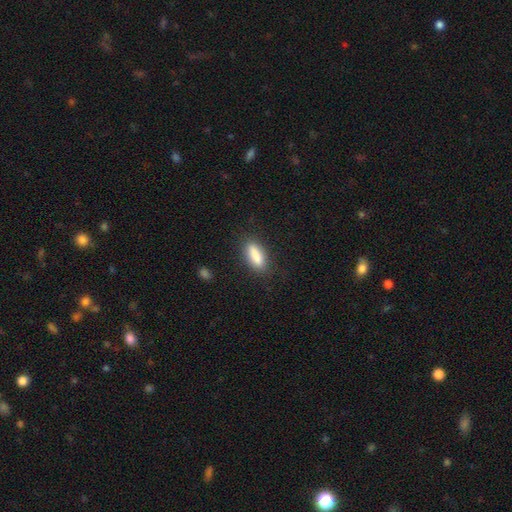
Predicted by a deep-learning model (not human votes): smooth 85%, featured or disk 8%, star or artifact 7%. Down the decision tree: how rounded — in between (60%); merging — none (84%).